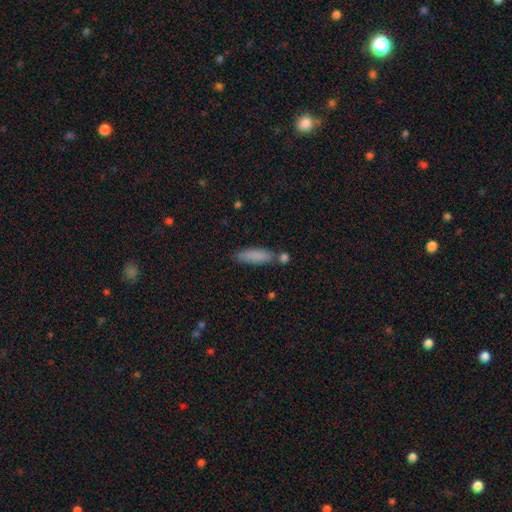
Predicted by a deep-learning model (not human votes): Smooth or featured? smooth (84%)
How rounded? in between (49%, tied with cigar-shaped)
Merging? none (67%)